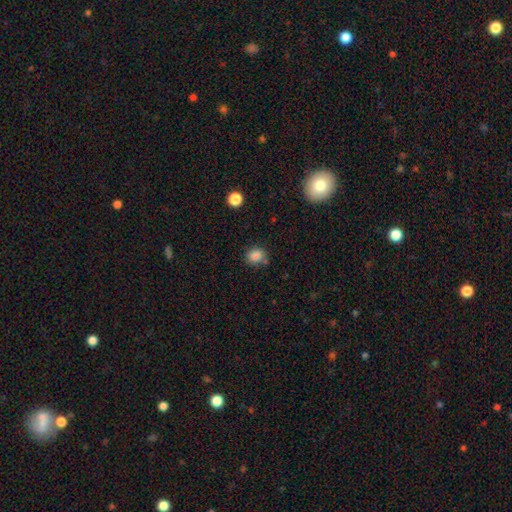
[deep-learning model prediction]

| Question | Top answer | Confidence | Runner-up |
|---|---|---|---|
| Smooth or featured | smooth | 83% | star or artifact (12%) |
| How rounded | round | 66% | in between (33%) |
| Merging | none | 71% | minor disturbance (16%) |